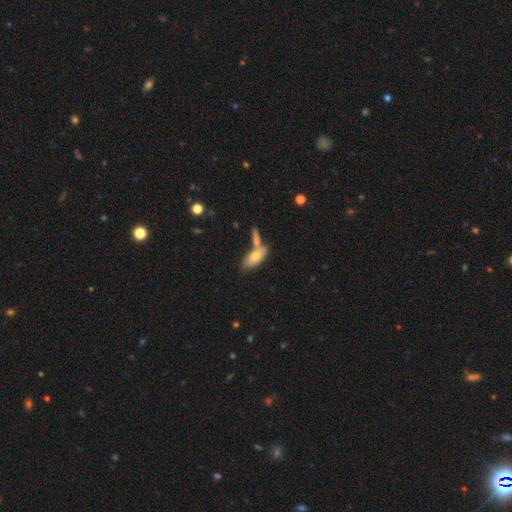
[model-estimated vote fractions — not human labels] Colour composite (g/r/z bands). It shows a smooth galaxy with no disk features (72%) that is in between round and cigar-shaped (81%). Merging: none (48%).